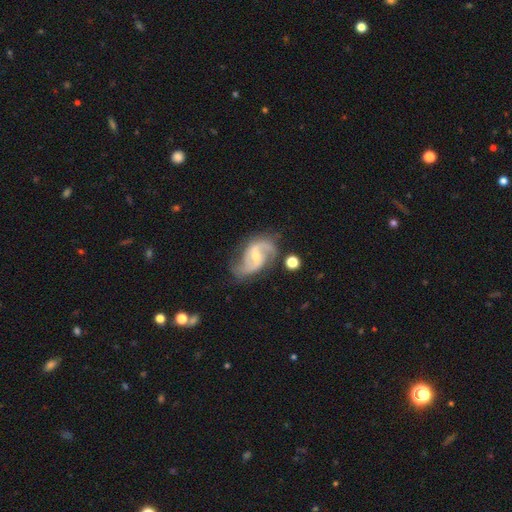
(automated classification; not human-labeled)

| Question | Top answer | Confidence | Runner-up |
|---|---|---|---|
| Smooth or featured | featured or disk | 89% | smooth (6%) |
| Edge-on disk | no | 97% | yes (3%) |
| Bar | weak | 52% | no (25%) |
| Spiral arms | yes | 97% | no (3%) |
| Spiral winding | medium | 49% | loose (38%) |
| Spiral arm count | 2 | 90% | can't tell (3%) |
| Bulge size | small | 54% | moderate (41%) |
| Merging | none | 64% | minor disturbance (22%) |